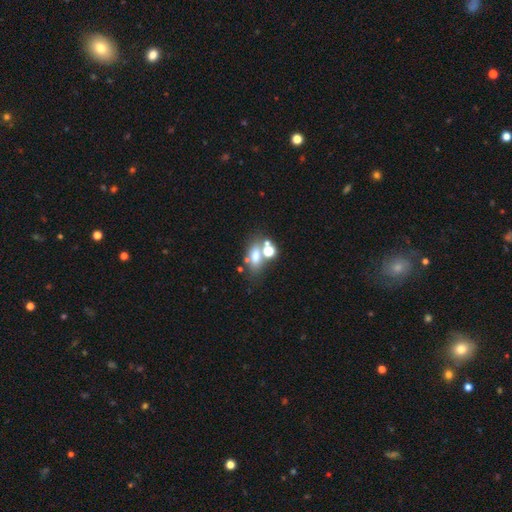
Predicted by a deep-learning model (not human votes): Smooth or featured? smooth (60%)
How rounded? in between (71%)
Merging? none (48%)